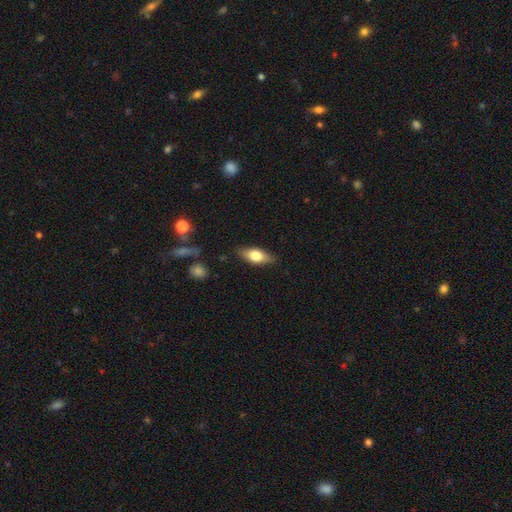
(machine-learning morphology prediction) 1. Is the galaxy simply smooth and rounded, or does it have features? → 67% smooth, 26% featured or disk, 7% star or artifact.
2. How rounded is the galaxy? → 77% in between, 19% cigar-shaped, 4% round.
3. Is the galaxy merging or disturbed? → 84% none, 12% minor disturbance, 3% major disturbance, 1% merger.